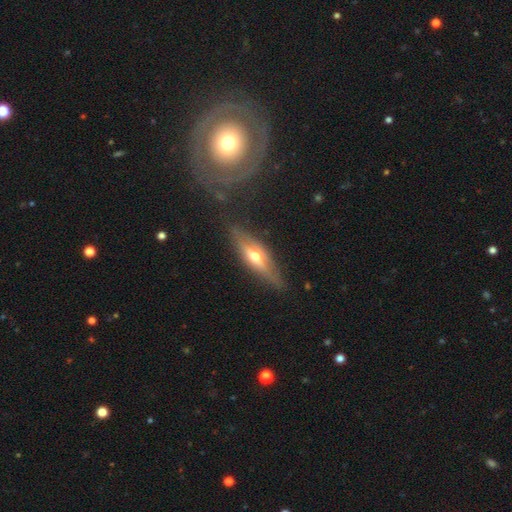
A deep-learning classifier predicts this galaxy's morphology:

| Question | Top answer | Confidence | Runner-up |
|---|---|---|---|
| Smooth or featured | featured or disk | 62% | smooth (30%) |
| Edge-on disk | yes | 87% | no (13%) |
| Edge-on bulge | rounded | 90% | boxy (5%) |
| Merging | none | 81% | minor disturbance (13%) |